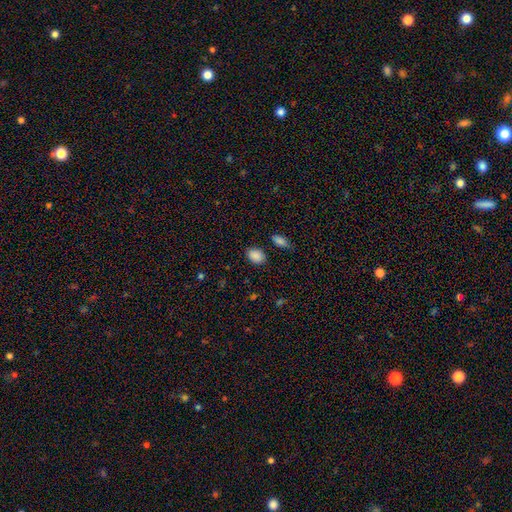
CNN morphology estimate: Smooth or featured? smooth (87%)
How rounded? in between (71%)
Merging? none (83%)